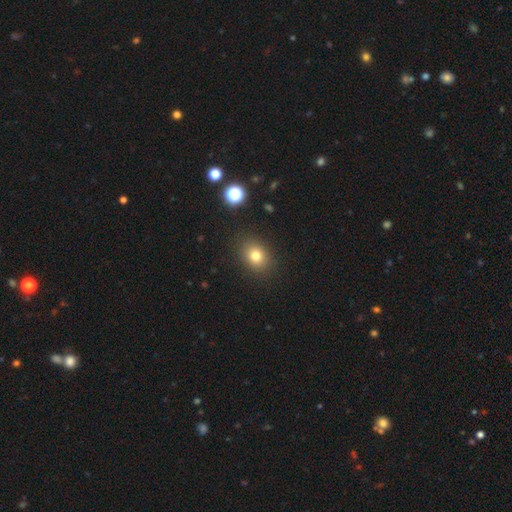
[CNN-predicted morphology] A smooth galaxy with no disk features (78%) that is round (55%). Merging: none (88%).